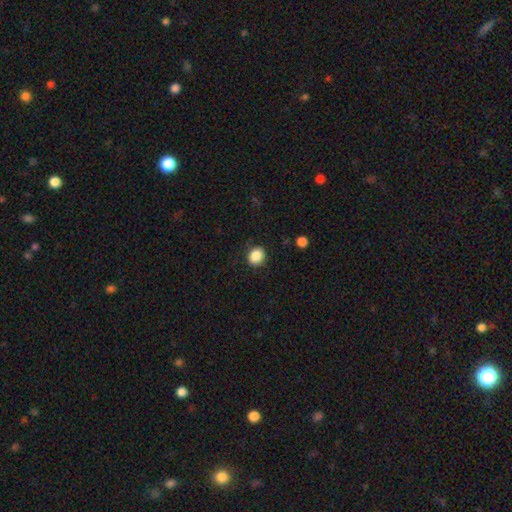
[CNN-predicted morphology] Smooth or featured?
  - smooth: 87% *
  - star or artifact: 10%
  - featured or disk: 4%
How rounded?
  - round: 75% *
  - in between: 24%
  - cigar-shaped: 1%
Merging?
  - none: 87% *
  - minor disturbance: 9%
  - major disturbance: 3%
  - merger: 1%